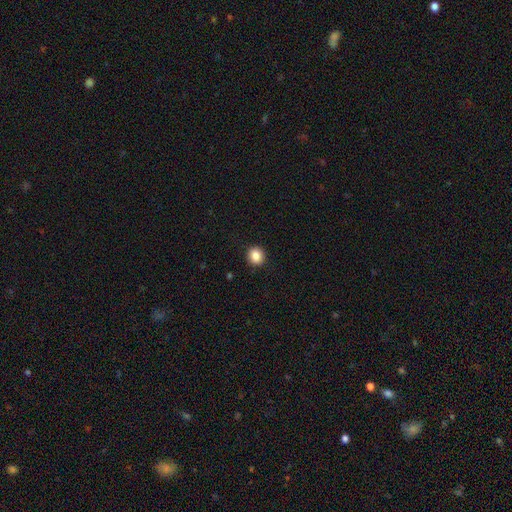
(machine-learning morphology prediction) A smooth galaxy with no disk features (86%) that is round (88%).

Vote fractions:
- Smooth or featured? smooth: 86% / star or artifact: 10% / featured or disk: 4%
- How rounded? round: 88% / in between: 11% / cigar-shaped: 1%
- Merging? none: 92% / minor disturbance: 5% / major disturbance: 2% / merger: 1%